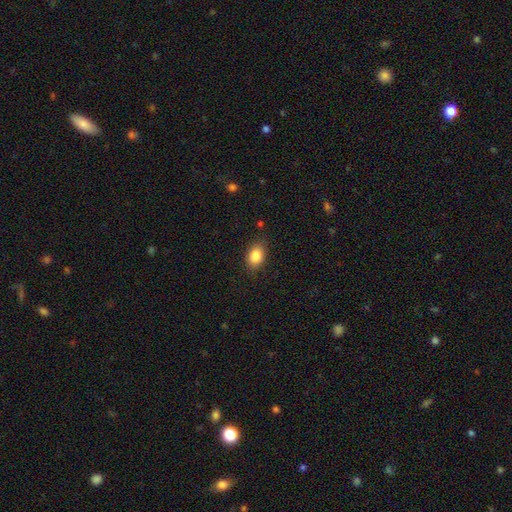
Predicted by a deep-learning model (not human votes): A smooth galaxy with no disk features (85%) that is in between round and cigar-shaped (80%). Merging: none (81%).